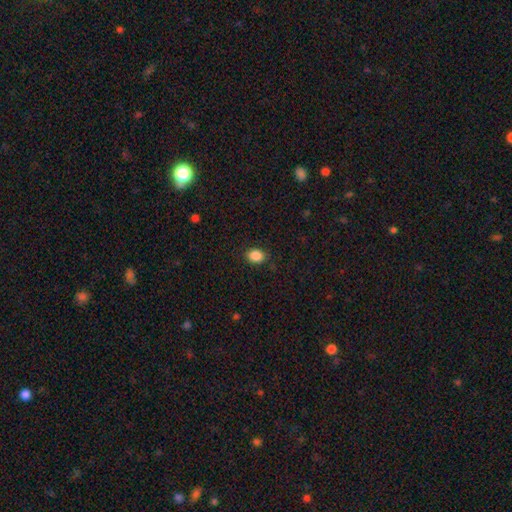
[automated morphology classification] Smooth or featured? smooth (88%)
How rounded? in between (60%)
Merging? none (88%)